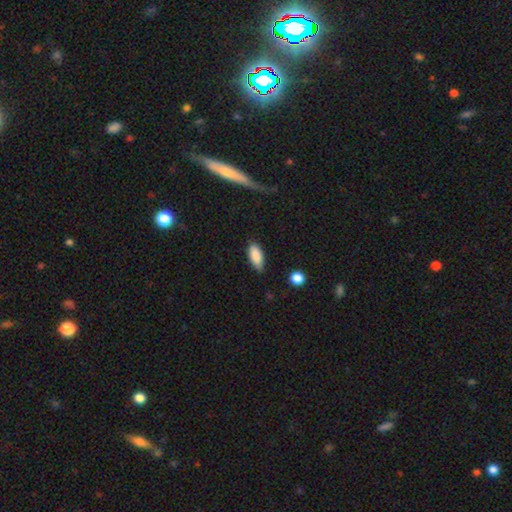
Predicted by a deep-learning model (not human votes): A smooth galaxy with no disk features (87%) that is in between round and cigar-shaped (84%). Merging: none (79%).